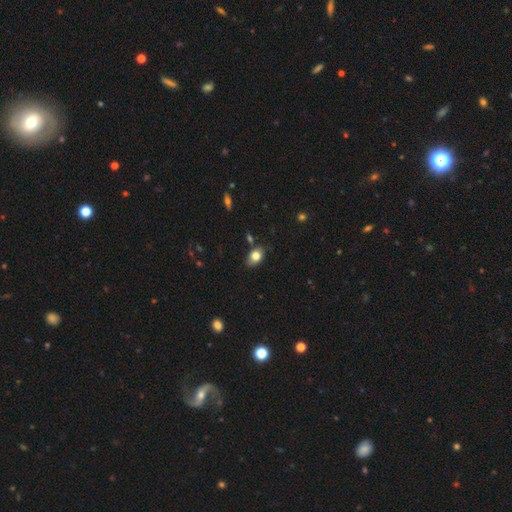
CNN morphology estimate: Overall: smooth (80%). How rounded: in between (85%). Merging: none (74%).